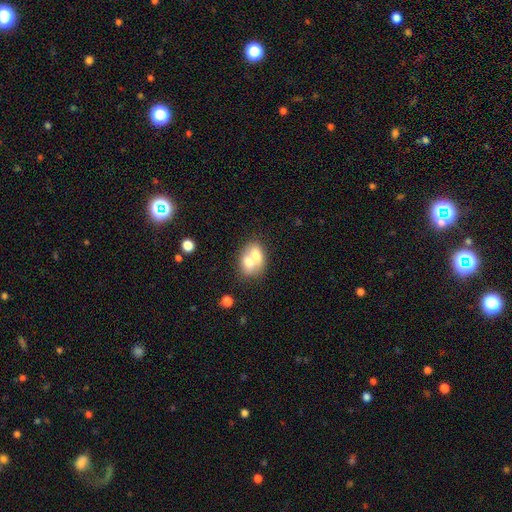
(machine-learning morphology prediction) type=smooth (65%); roundness=in between (69%); merging=merger (70%).